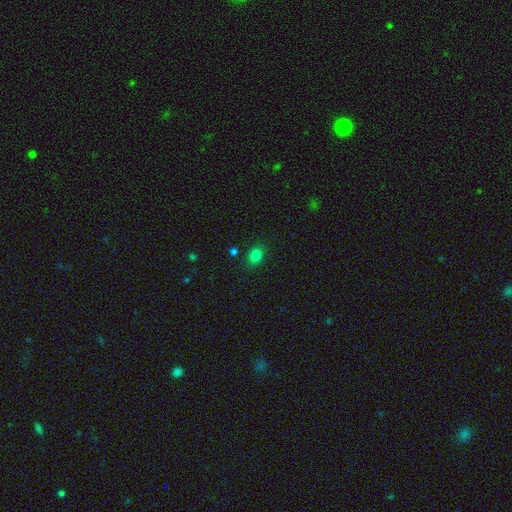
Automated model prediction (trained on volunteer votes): A smooth galaxy with no disk features (81%) that is in between round and cigar-shaped (61%). Merging: none (83%).